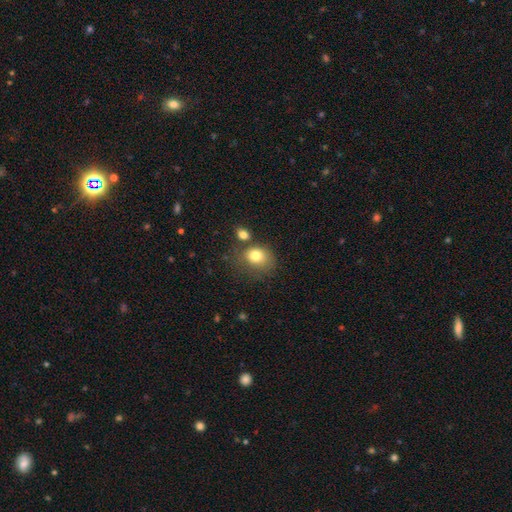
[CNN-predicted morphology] type=smooth (79%); roundness=round (53%); merging=none (48%).